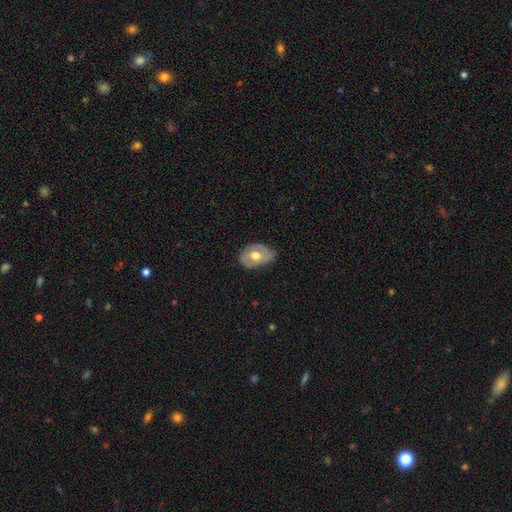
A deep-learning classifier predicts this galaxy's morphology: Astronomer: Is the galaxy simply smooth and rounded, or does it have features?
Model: smooth — 50% (runner-up: featured or disk, 44%).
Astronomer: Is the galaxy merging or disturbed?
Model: none — 68%.